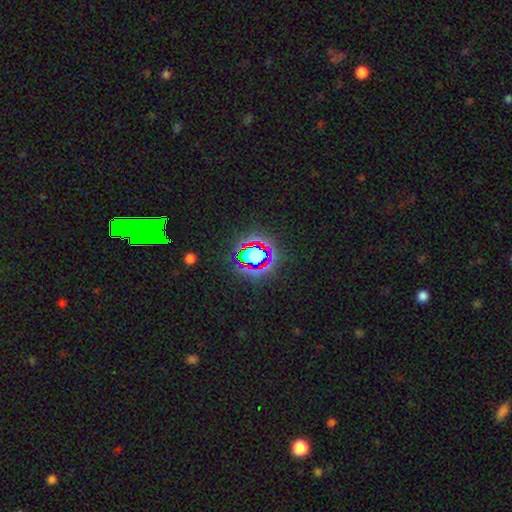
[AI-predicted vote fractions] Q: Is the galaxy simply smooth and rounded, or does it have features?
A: star or artifact — 64%.